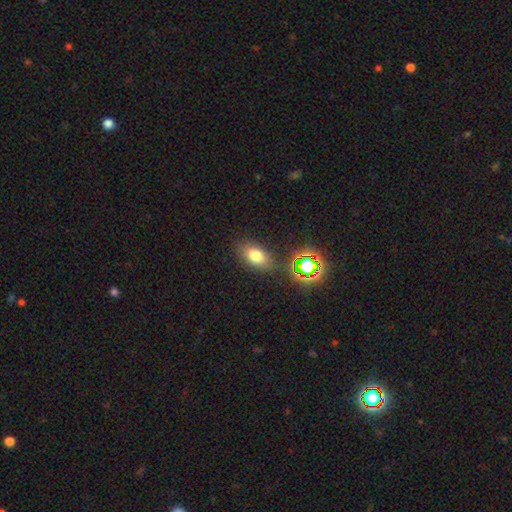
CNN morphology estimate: Smooth or featured: smooth — 72% (star or artifact — 18%)
How rounded: in between — 82% (round — 15%)
Merging: none — 82% (minor disturbance — 11%)